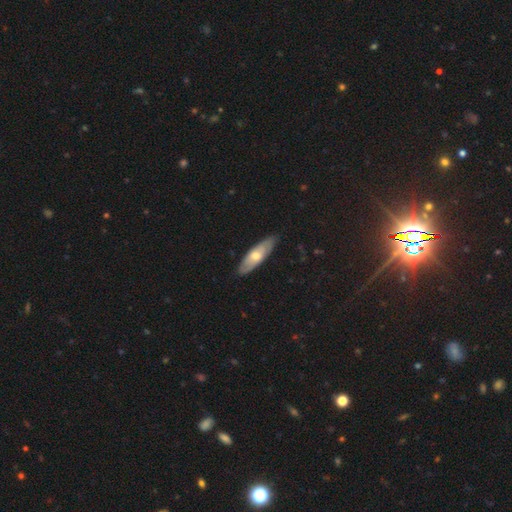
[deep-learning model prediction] Morphology: type=smooth (56%); roundness=in between (51%); merging=none (83%).